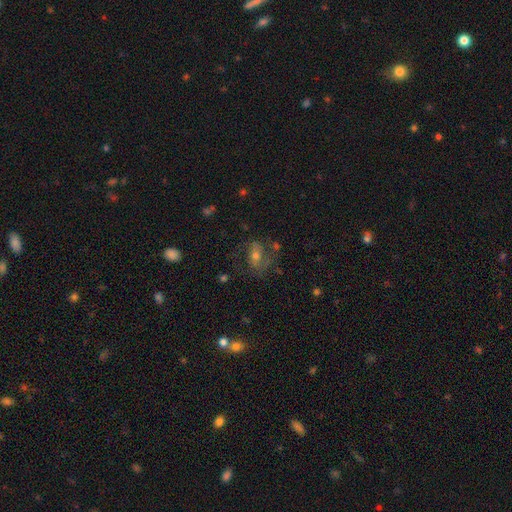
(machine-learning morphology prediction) This is possibly a featured or disk galaxy (55%). It is clearly not viewed edge-on (95%). Bar: possibly no (47%). Spiral arm pattern: likely yes (75%). Central bulge: possibly moderate (58%). Merging: possibly none (59%).